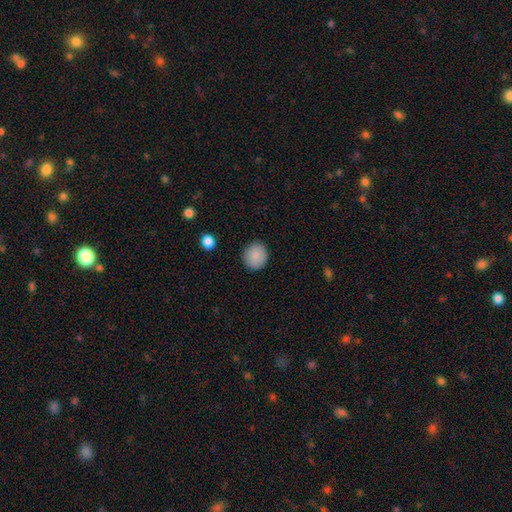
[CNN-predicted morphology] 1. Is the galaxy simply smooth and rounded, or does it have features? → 89% smooth, 8% star or artifact, 4% featured or disk.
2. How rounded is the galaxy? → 83% round, 16% in between, 1% cigar-shaped.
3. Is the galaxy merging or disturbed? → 88% none, 8% minor disturbance, 2% major disturbance, 1% merger.